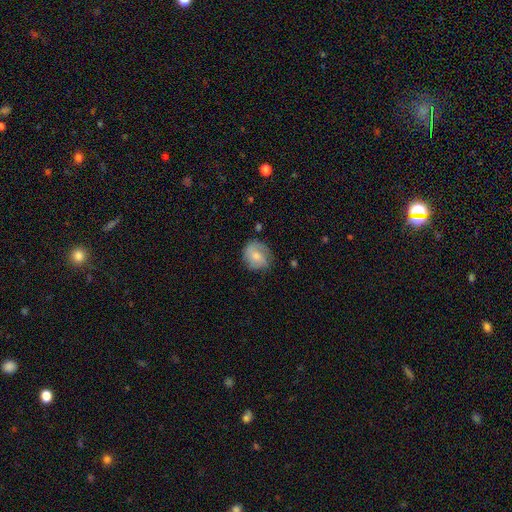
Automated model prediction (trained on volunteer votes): A smooth galaxy with no disk features (65%) that is round (78%). Merging: none (66%).